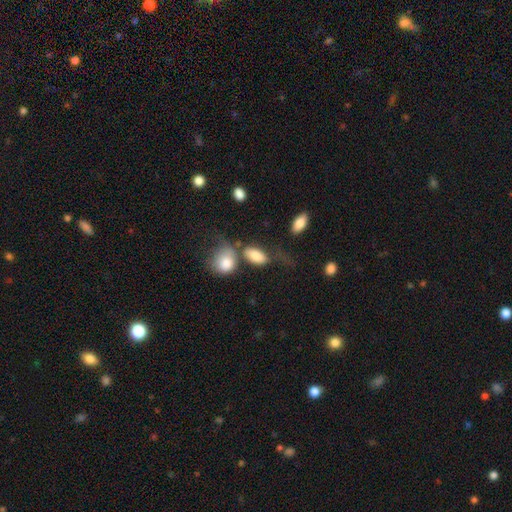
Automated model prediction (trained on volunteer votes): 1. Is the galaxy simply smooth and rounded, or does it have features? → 81% smooth, 12% featured or disk, 7% star or artifact.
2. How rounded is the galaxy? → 89% in between, 7% round, 4% cigar-shaped.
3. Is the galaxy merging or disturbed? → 39% none, 27% merger, 19% minor disturbance, 15% major disturbance.